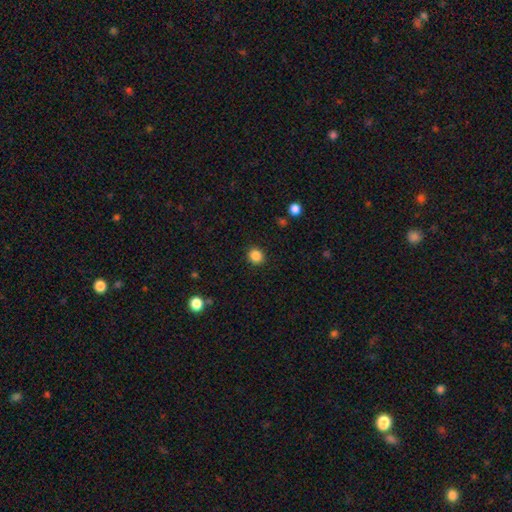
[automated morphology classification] Q: Smooth or featured?
A: smooth (86%); runner-up: star or artifact (11%)
Q: How rounded?
A: round (85%); runner-up: in between (14%)
Q: Merging?
A: none (91%); runner-up: minor disturbance (6%)